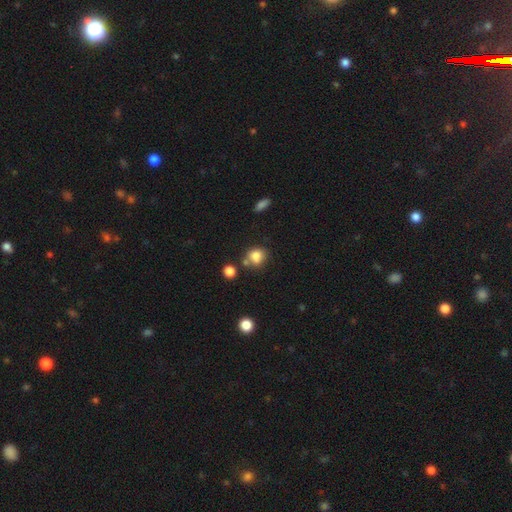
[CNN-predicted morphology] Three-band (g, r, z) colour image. It shows a smooth galaxy with no disk features (80%) that is round (66%). Merging: none (55%).